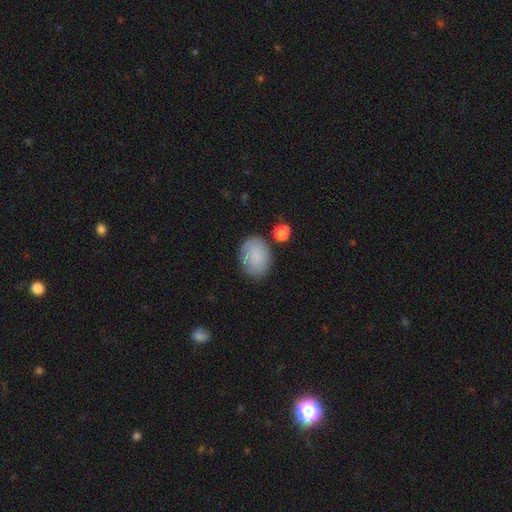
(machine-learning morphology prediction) Smooth or featured?
  - smooth: 83% *
  - featured or disk: 9%
  - star or artifact: 7%
How rounded?
  - in between: 74% *
  - round: 25%
  - cigar-shaped: 1%
Merging?
  - none: 73% *
  - minor disturbance: 17%
  - merger: 5%
  - major disturbance: 5%